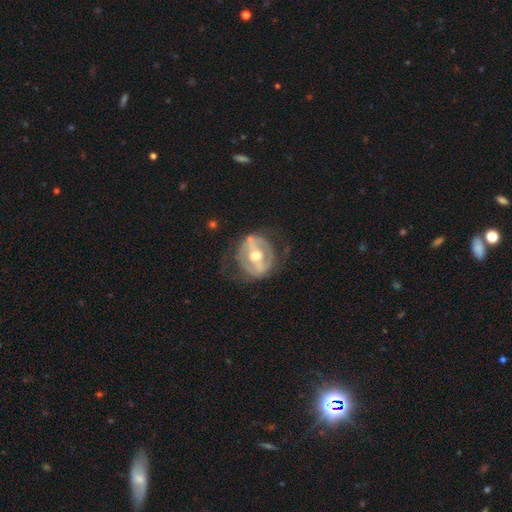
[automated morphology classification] This appears to be a featured or disk galaxy (73%) with a strong bar (50%), no spiral arms (66%) and a moderate central bulge (76%). Merging: none (65%).